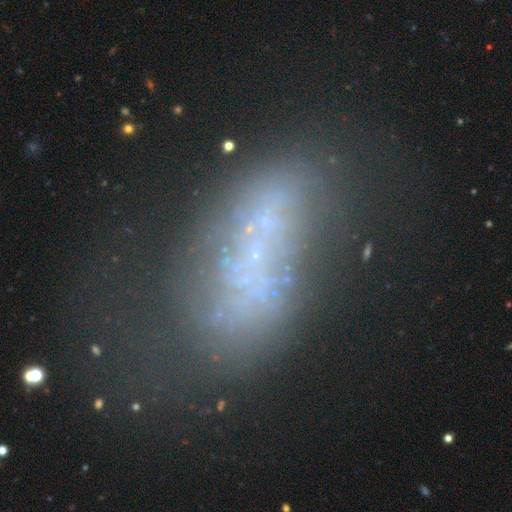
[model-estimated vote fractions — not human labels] A featured or disk galaxy (49%). Merging: major disturbance (35%).